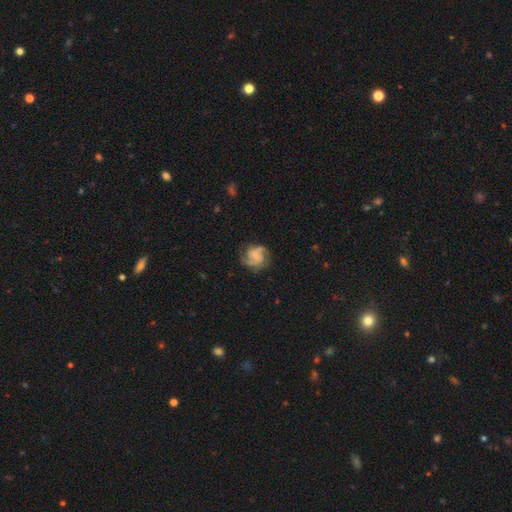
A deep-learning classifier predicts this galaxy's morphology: smooth-or-featured: featured or disk: 81% | smooth: 13% | star or artifact: 7%
  disk-edge-on: no: 98% | yes: 2%
    bar: no: 57% | weak: 35% | strong: 8%
    has-spiral-arms: yes: 95% | no: 5%
      spiral-winding: medium: 48% | tight: 37% | loose: 15%
      spiral-arm-count: 2: 52% | 3: 24% | can't tell: 12% | 1: 5% | 4: 4% | more than 4: 3%
    bulge-size: small: 55% | none: 23% | moderate: 18% | large: 2% | dominant: 1%
  merging: none: 68% | minor disturbance: 19% | major disturbance: 12% | merger: 2%